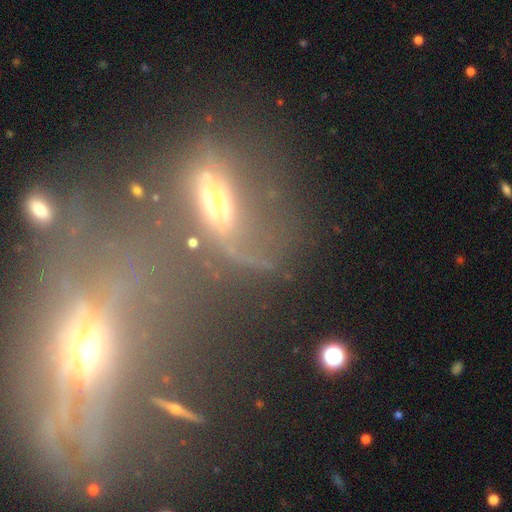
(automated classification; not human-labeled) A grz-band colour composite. It shows a featured or disk galaxy (49%). Merging: none (36%).